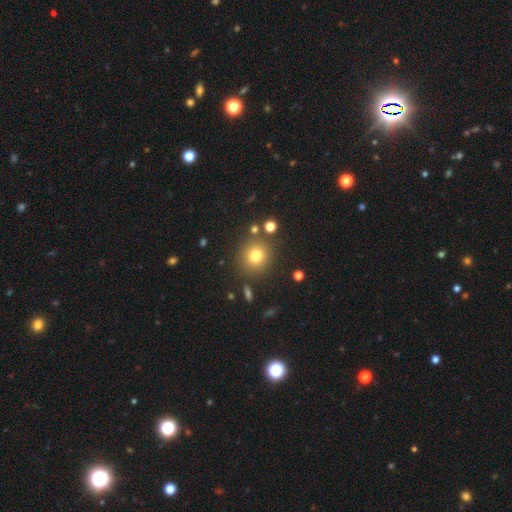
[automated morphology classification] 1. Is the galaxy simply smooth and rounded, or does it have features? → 76% smooth, 15% star or artifact, 9% featured or disk.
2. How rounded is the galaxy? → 90% round, 9% in between, 1% cigar-shaped.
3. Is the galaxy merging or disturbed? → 83% none, 8% minor disturbance, 5% merger, 3% major disturbance.